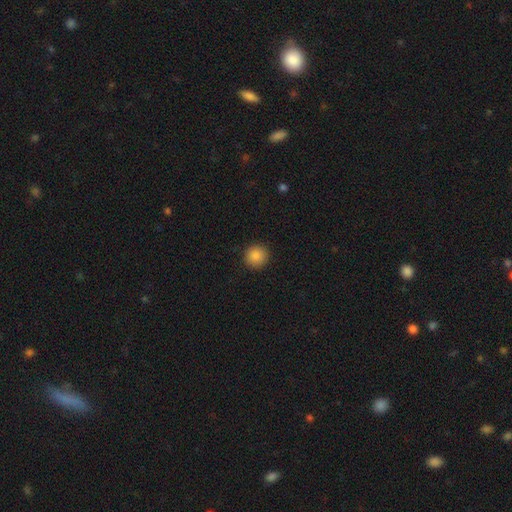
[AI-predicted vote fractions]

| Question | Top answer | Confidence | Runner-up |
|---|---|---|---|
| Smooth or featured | smooth | 87% | star or artifact (10%) |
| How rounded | round | 94% | in between (5%) |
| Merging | none | 91% | minor disturbance (6%) |